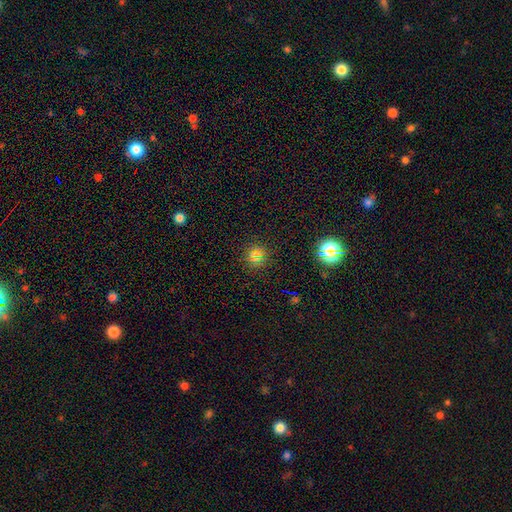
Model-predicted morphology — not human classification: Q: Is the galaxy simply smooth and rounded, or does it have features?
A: smooth — 48%.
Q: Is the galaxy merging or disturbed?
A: none — 85%.